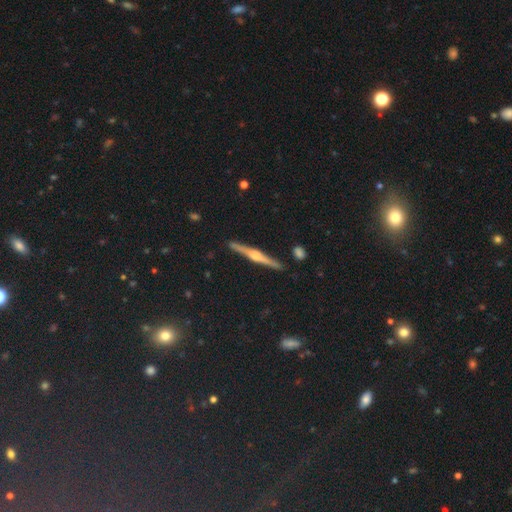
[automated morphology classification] smooth_or_featured: featured or disk (p=0.80) [alt: smooth p=0.14]
disk_edge_on: yes (p=0.98) [alt: no p=0.02]
edge_on_bulge: rounded (p=0.84) [alt: boxy p=0.10]
merging: none (p=0.91) [alt: minor disturbance p=0.06]